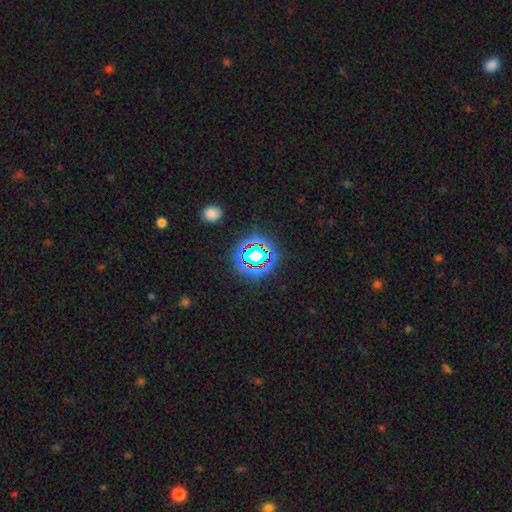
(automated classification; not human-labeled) This appears to be a star or artifact, not a galaxy (66%).